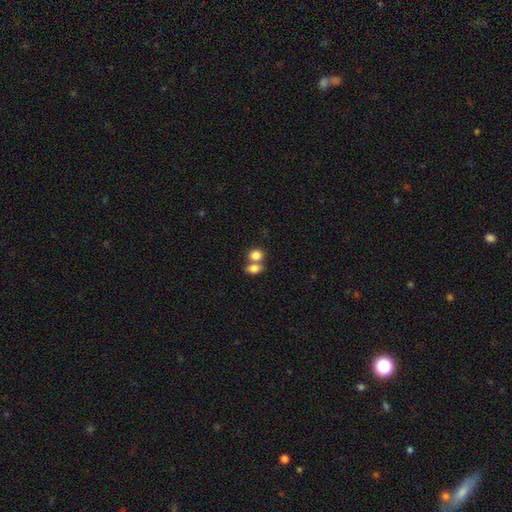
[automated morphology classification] Overall: smooth (82%). How rounded: in between (57%; round 42%). Merging: merger (55%; none 35%).